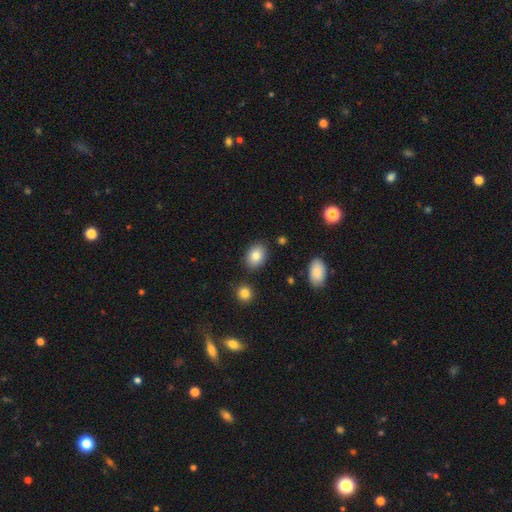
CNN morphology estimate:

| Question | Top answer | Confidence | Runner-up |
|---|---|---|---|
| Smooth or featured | smooth | 83% | featured or disk (9%) |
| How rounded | in between | 73% | round (25%) |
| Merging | none | 84% | minor disturbance (10%) |